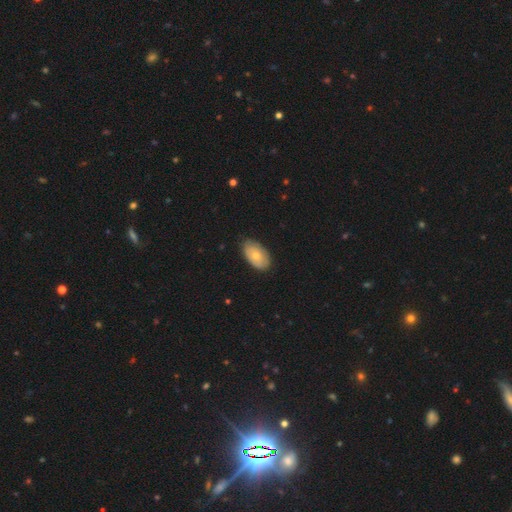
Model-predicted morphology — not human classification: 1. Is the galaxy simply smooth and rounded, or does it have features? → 67% smooth, 27% featured or disk, 6% star or artifact.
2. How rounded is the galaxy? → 93% in between, 5% round, 1% cigar-shaped.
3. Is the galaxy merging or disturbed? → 79% none, 18% minor disturbance, 3% major disturbance, 1% merger.